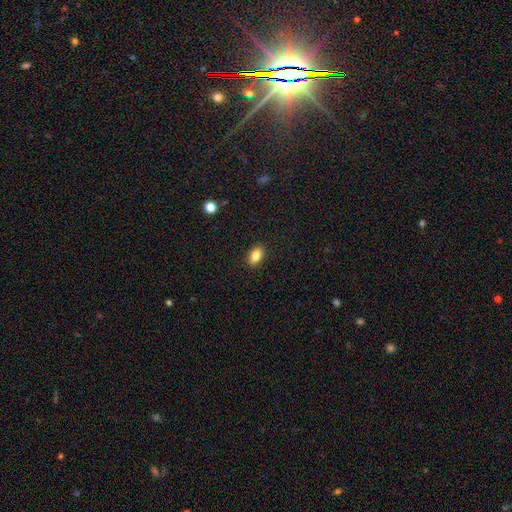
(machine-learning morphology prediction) A smooth galaxy with no disk features (84%) that is in between round and cigar-shaped (87%).

Vote fractions:
- Smooth or featured? smooth: 84% / star or artifact: 9% / featured or disk: 8%
- How rounded? in between: 87% / round: 10% / cigar-shaped: 3%
- Merging? none: 89% / minor disturbance: 8% / major disturbance: 2% / merger: 1%